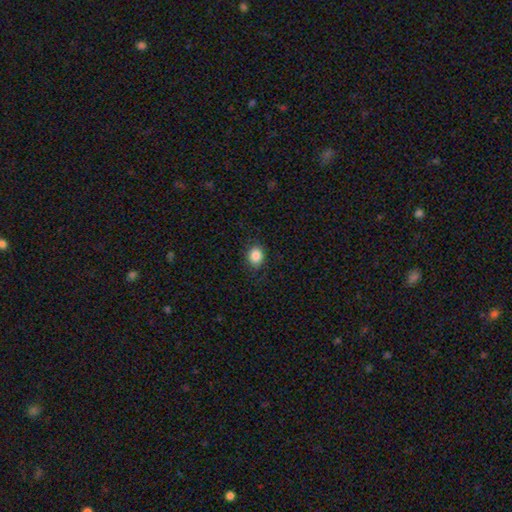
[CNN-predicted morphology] A smooth galaxy with no disk features (86%) that is round (58%).

Vote fractions:
- Smooth or featured? smooth: 86% / star or artifact: 9% / featured or disk: 5%
- How rounded? round: 58% / in between: 41% / cigar-shaped: 1%
- Merging? none: 86% / minor disturbance: 10% / major disturbance: 3% / merger: 1%